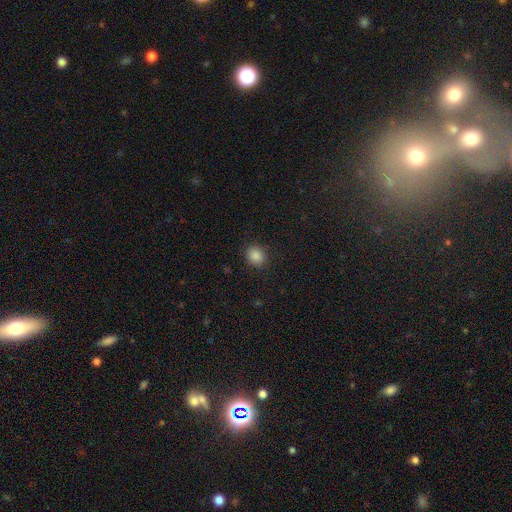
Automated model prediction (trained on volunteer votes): This appears to be a smooth galaxy with no disk features (86%) that is round (75%). Merging: none (89%).